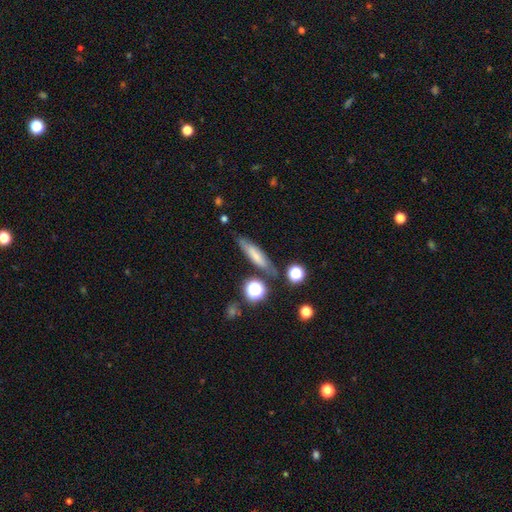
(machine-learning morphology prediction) smooth_or_featured: smooth (p=0.60) [alt: featured or disk p=0.28]
how_rounded: cigar-shaped (p=0.72) [alt: in between p=0.23]
merging: none (p=0.72) [alt: minor disturbance p=0.16]